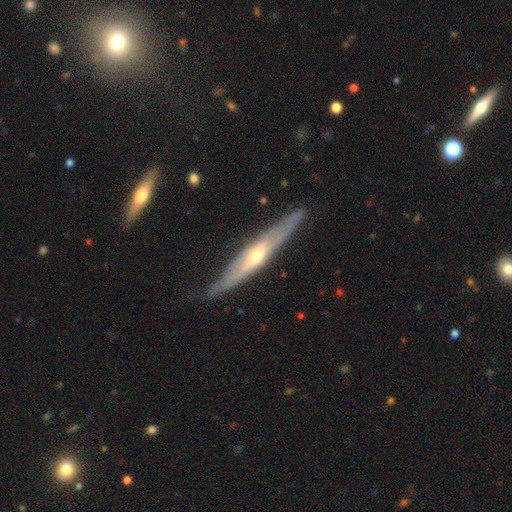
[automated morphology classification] smooth-or-featured: featured or disk: 71% | smooth: 24% | star or artifact: 5%
  disk-edge-on: yes: 83% | no: 17%
    edge-on-bulge: rounded: 78% | none: 17% | boxy: 5%
  merging: none: 80% | minor disturbance: 15% | major disturbance: 4% | merger: 1%